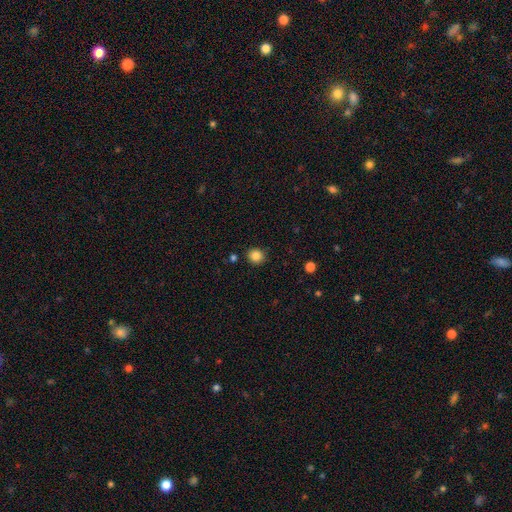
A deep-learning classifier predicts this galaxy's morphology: Q: Smooth or featured?
A: smooth (85%); runner-up: star or artifact (11%)
Q: How rounded?
A: round (88%); runner-up: in between (11%)
Q: Merging?
A: none (89%); runner-up: minor disturbance (7%)